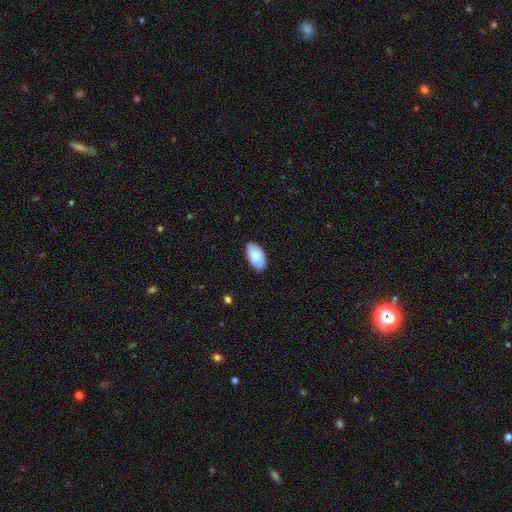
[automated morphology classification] Overall: smooth (84%). How rounded: in between (95%). Merging: none (81%).